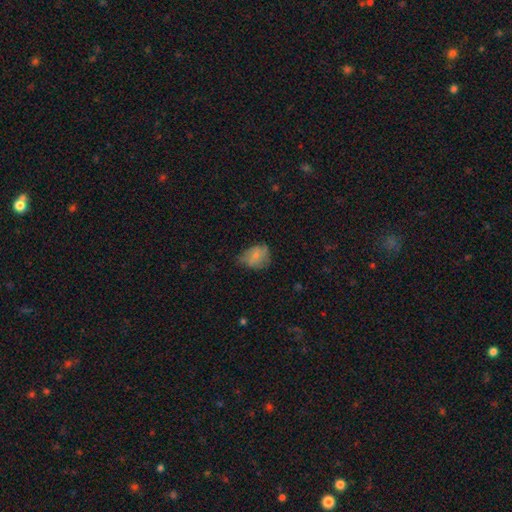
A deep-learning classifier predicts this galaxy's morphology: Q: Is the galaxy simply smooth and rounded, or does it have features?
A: smooth — 67%.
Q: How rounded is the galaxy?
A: in between — 57%.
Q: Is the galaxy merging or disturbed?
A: none — 46%.